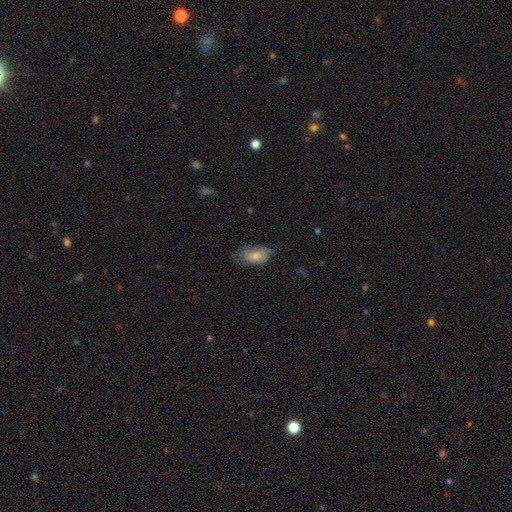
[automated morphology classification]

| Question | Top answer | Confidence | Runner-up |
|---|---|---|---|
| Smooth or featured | smooth | 76% | featured or disk (17%) |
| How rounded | in between | 92% | round (5%) |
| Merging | none | 44% | minor disturbance (38%) |